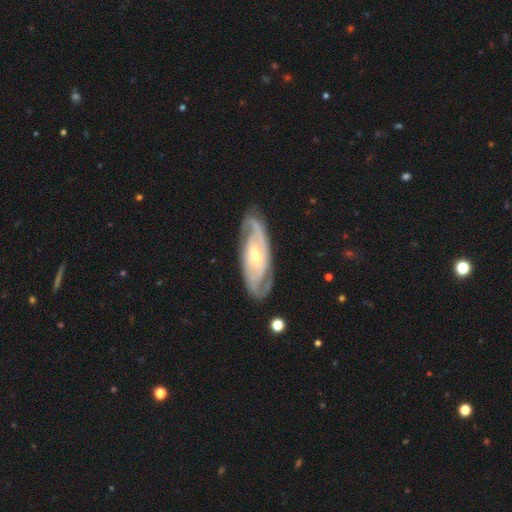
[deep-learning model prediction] Smooth or featured? Predicted: featured or disk (p=0.88). Edge-on disk? Predicted: no (p=0.91). Bar? Predicted: weak (p=0.40). Spiral arms? Predicted: yes (p=0.95). Spiral winding? Predicted: tight (p=0.56). Spiral arm count? Predicted: 2 (p=0.78). Bulge size? Predicted: small (p=0.56). Merging? Predicted: none (p=0.82).